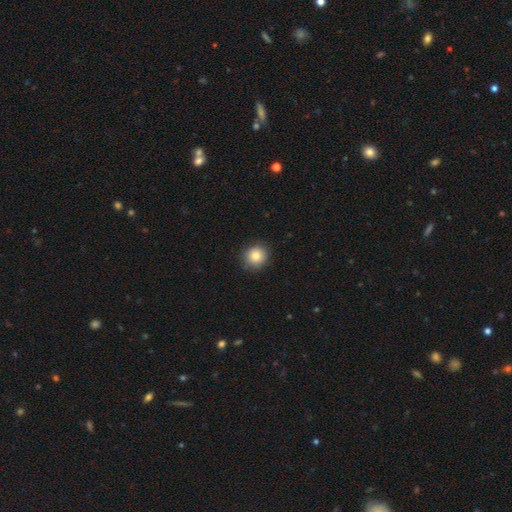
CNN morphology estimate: This is clearly a smooth galaxy (82%). How rounded: clearly round (87%). Merging: clearly none (87%).